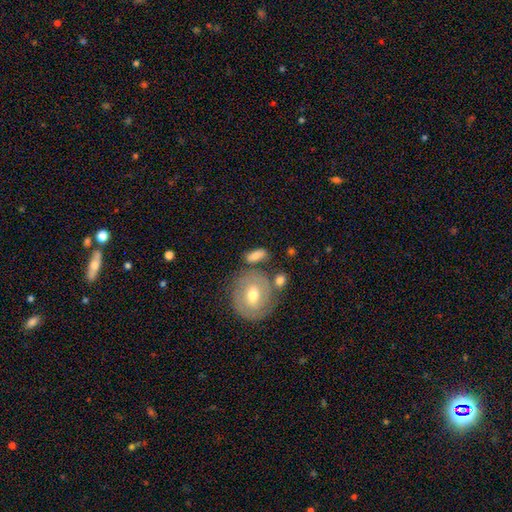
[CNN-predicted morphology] This appears to be a smooth galaxy with no disk features (74%) that is in between round and cigar-shaped (69%). Merging: none (63%).